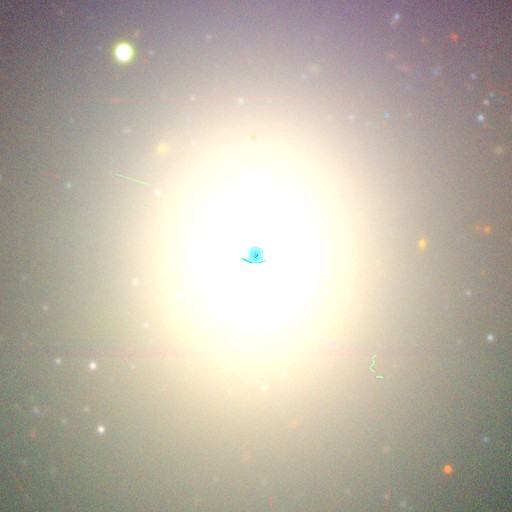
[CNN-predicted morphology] Smooth or featured: smooth — 43% (star or artifact — 36%)
Merging: none — 86% (minor disturbance — 7%)